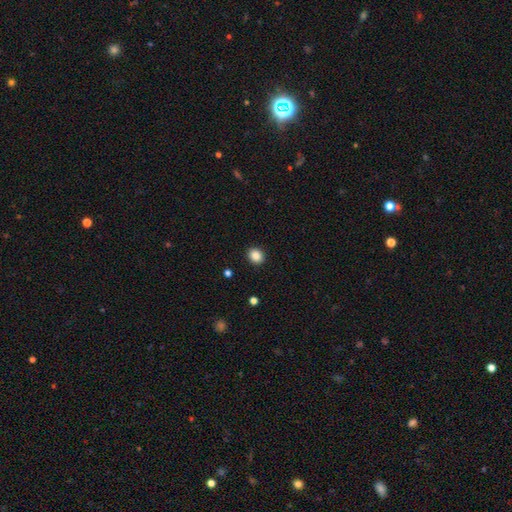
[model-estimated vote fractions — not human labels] smooth 87%, star or artifact 10%, featured or disk 3%. Down the decision tree: how rounded — round (72%); merging — none (91%).